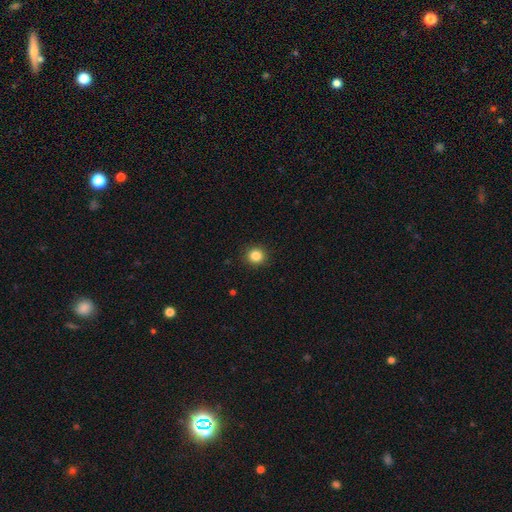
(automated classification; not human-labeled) The model was most divided on "smooth or featured": smooth: 85%, star or artifact: 11%, featured or disk: 4%. More confident: how rounded — round (92%); merging — none (92%).